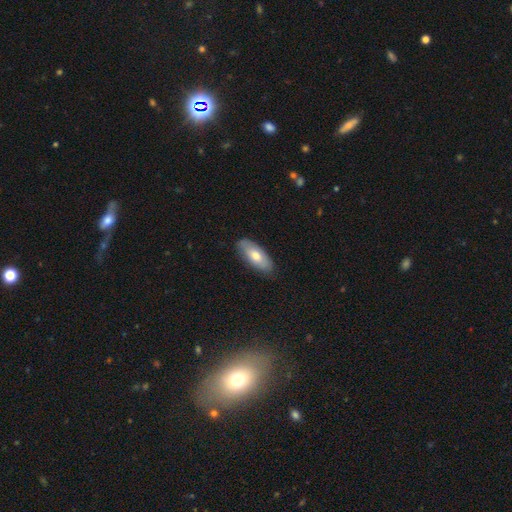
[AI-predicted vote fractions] Smooth or featured?
  - smooth: 67% *
  - featured or disk: 28%
  - star or artifact: 5%
How rounded?
  - in between: 85% *
  - cigar-shaped: 13%
  - round: 2%
Merging?
  - none: 83% *
  - minor disturbance: 14%
  - major disturbance: 2%
  - merger: 1%